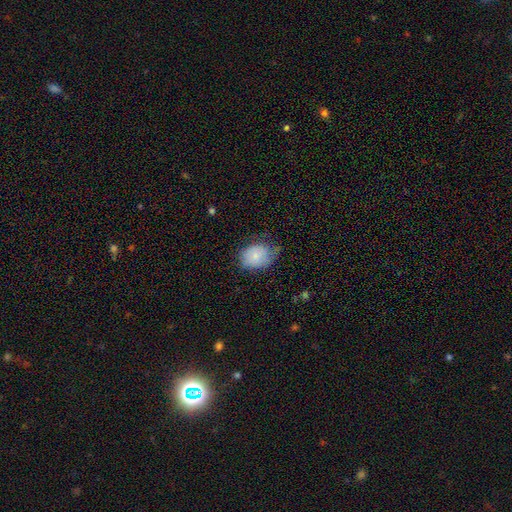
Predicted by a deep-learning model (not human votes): Smooth or featured? smooth (76%)
How rounded? in between (61%)
Merging? none (44%)